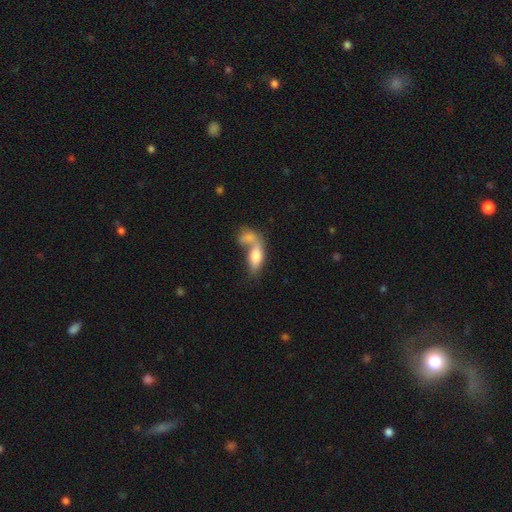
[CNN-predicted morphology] Smooth or featured: smooth — 72% (featured or disk — 21%)
How rounded: in between — 80% (cigar-shaped — 14%)
Merging: merger — 64% (none — 19%)